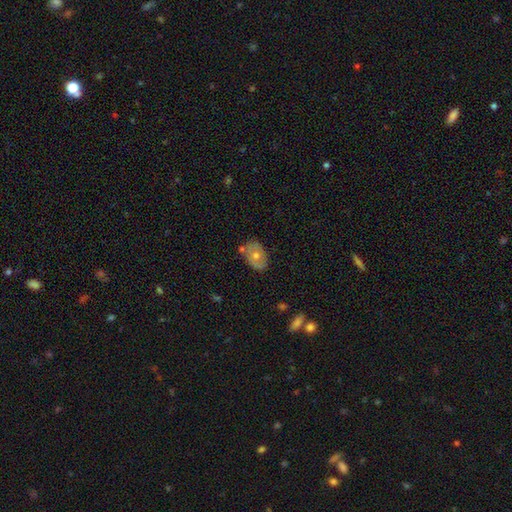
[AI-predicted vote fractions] Smooth or featured?
  - smooth: 51% *
  - featured or disk: 40%
  - star or artifact: 9%
How rounded?
  - in between: 81% *
  - round: 18%
  - cigar-shaped: 1%
Merging?
  - none: 72% *
  - minor disturbance: 17%
  - merger: 6%
  - major disturbance: 4%